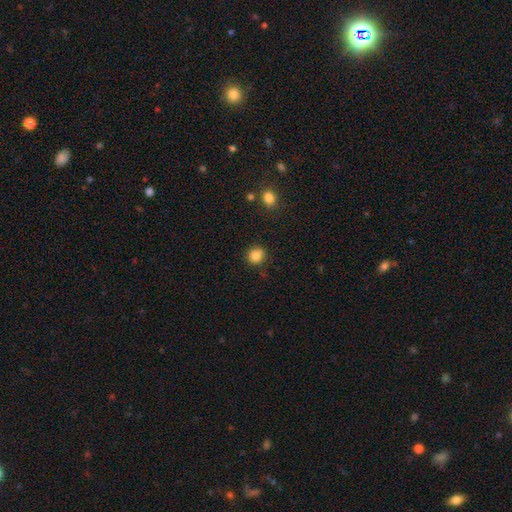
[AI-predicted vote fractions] Q: Smooth or featured?
A: smooth (84%); runner-up: star or artifact (11%)
Q: How rounded?
A: round (87%); runner-up: in between (12%)
Q: Merging?
A: none (78%); runner-up: minor disturbance (14%)